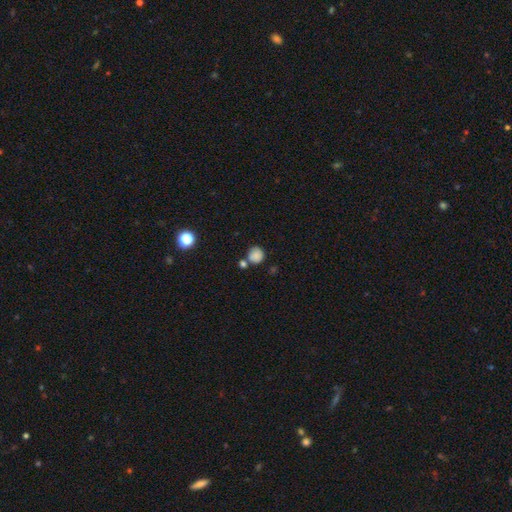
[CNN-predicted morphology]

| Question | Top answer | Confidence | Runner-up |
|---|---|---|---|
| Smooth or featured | smooth | 84% | star or artifact (11%) |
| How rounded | round | 89% | in between (10%) |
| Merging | none | 65% | merger (19%) |